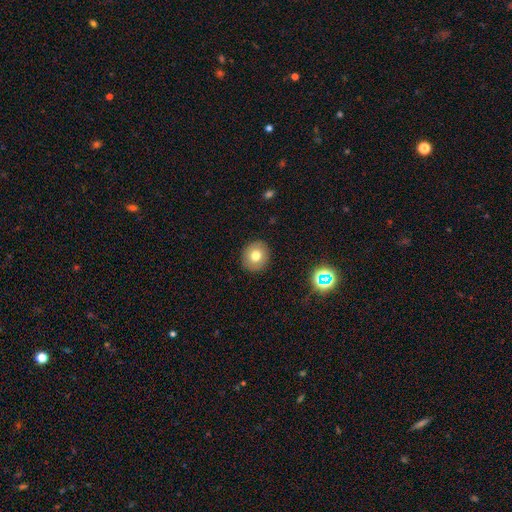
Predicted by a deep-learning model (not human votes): Smooth or featured? Predicted: smooth (p=0.75). How rounded? Predicted: round (p=0.87). Merging? Predicted: none (p=0.91).